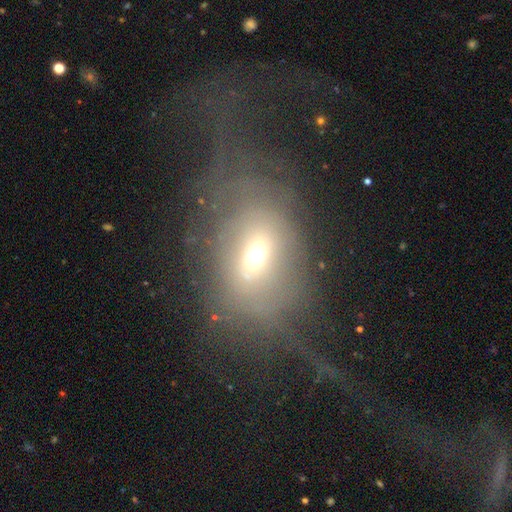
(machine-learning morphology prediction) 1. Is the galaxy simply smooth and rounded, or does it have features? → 50% smooth, 33% featured or disk, 17% star or artifact.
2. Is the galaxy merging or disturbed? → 38% none, 37% major disturbance, 21% minor disturbance, 4% merger.